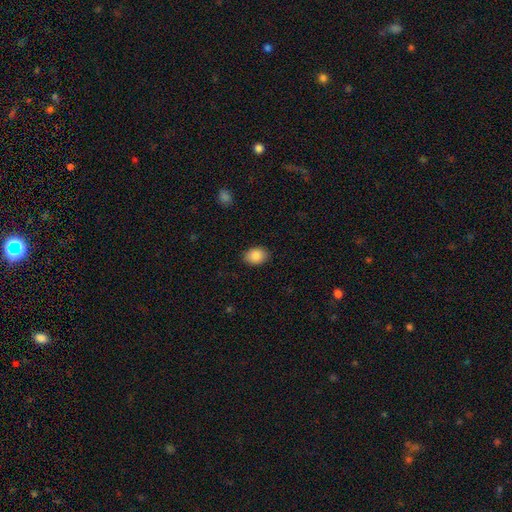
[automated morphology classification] smooth_or_featured: smooth (p=0.88) [alt: star or artifact p=0.08]
how_rounded: in between (p=0.71) [alt: round p=0.28]
merging: none (p=0.87) [alt: minor disturbance p=0.09]